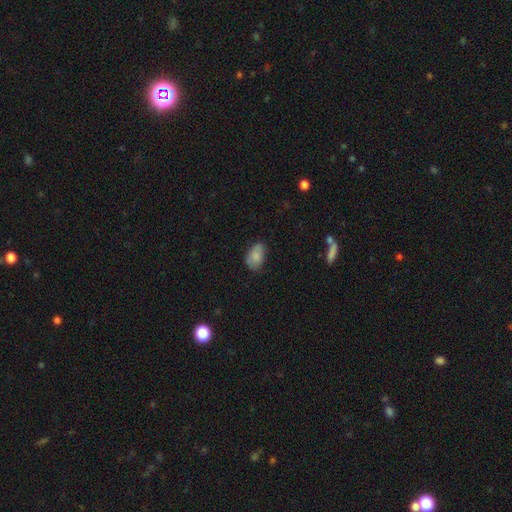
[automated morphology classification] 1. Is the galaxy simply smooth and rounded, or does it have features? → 83% smooth, 9% featured or disk, 8% star or artifact.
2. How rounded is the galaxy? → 89% in between, 9% round, 1% cigar-shaped.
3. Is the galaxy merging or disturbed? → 61% none, 31% minor disturbance, 7% major disturbance, 2% merger.